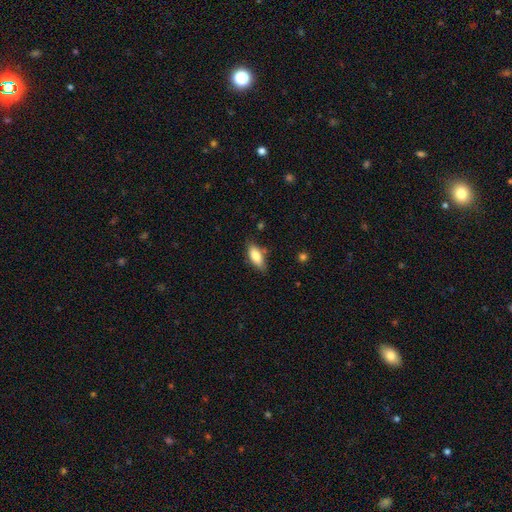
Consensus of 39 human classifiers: Morphology: type=smooth (79%); roundness=in between (84%); merging=none (72%).